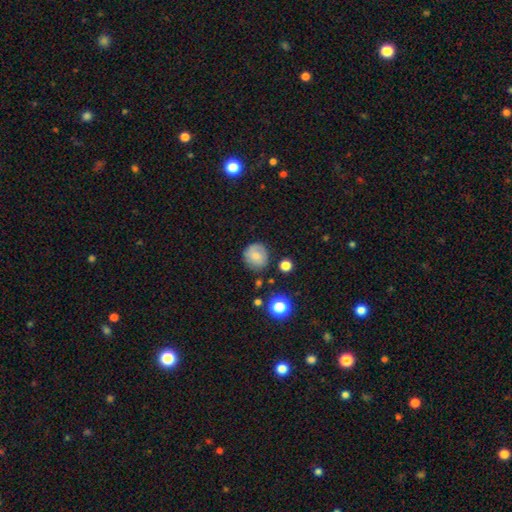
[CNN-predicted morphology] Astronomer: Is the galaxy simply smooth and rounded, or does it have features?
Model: smooth — 71%.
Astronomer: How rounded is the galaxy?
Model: round — 90%.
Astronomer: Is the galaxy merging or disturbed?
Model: none — 79%.